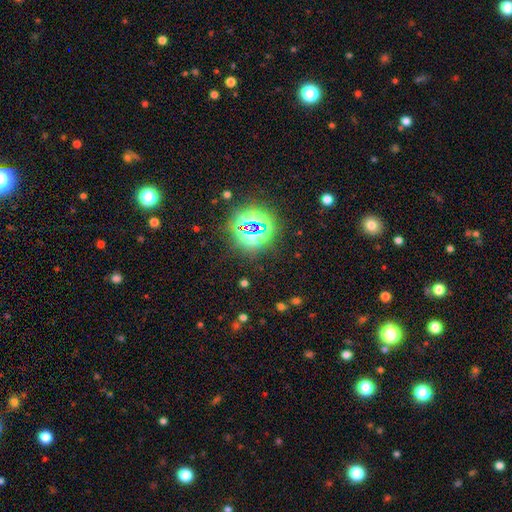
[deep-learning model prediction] smooth-or-featured: star or artifact: 76% | smooth: 17% | featured or disk: 7%